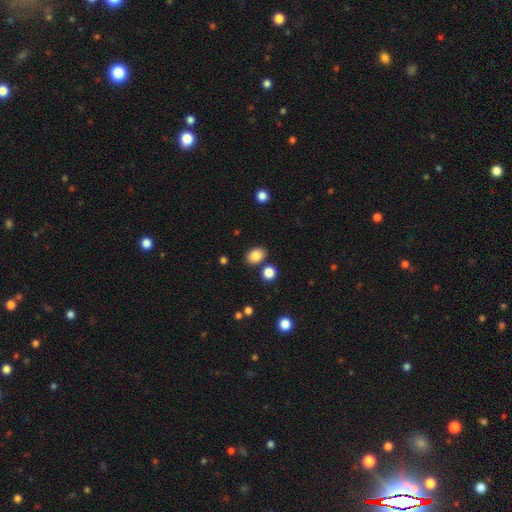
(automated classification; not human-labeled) smooth 85%, star or artifact 10%, featured or disk 6%. Down the decision tree: how rounded — in between (71%); merging — none (79%).